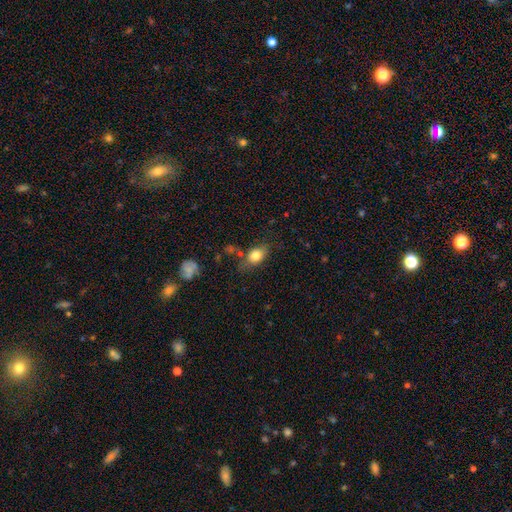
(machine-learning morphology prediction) Overall: smooth (79%). How rounded: in between (75%). Merging: none (67%).